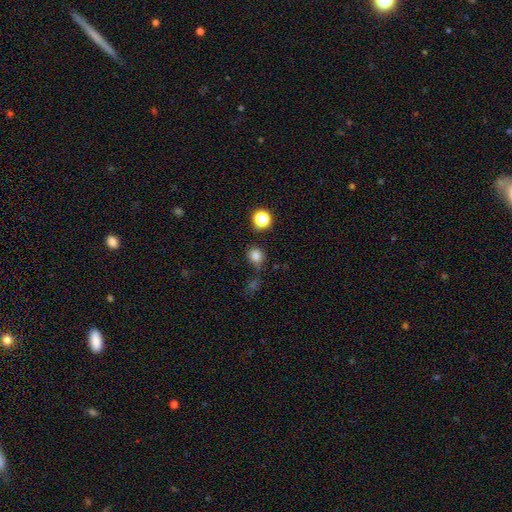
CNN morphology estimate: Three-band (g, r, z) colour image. It shows a smooth galaxy with no disk features (79%) that is round (79%). Merging: none (64%).